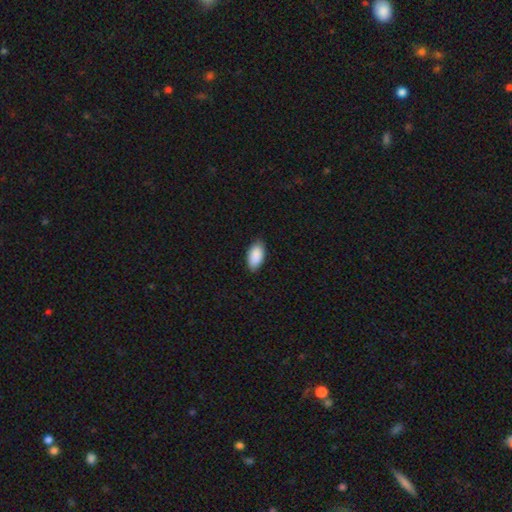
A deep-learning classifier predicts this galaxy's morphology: Q: Smooth or featured?
A: smooth (91%); runner-up: star or artifact (6%)
Q: How rounded?
A: in between (95%); runner-up: cigar-shaped (3%)
Q: Merging?
A: none (86%); runner-up: minor disturbance (11%)